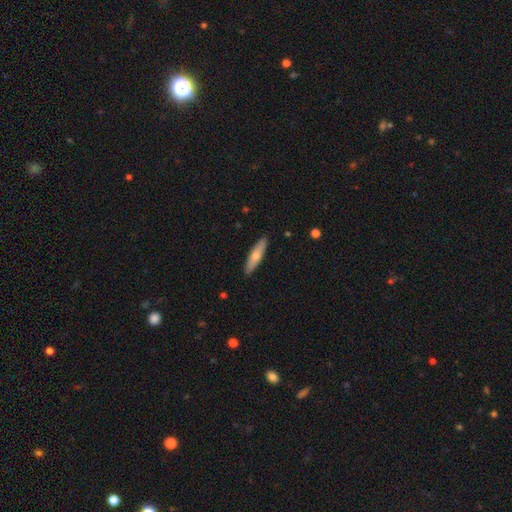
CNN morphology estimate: Smooth or featured?
  - smooth: 63% *
  - featured or disk: 31%
  - star or artifact: 5%
How rounded?
  - cigar-shaped: 73% *
  - in between: 25%
  - round: 2%
Merging?
  - none: 90% *
  - minor disturbance: 7%
  - major disturbance: 1%
  - merger: 1%